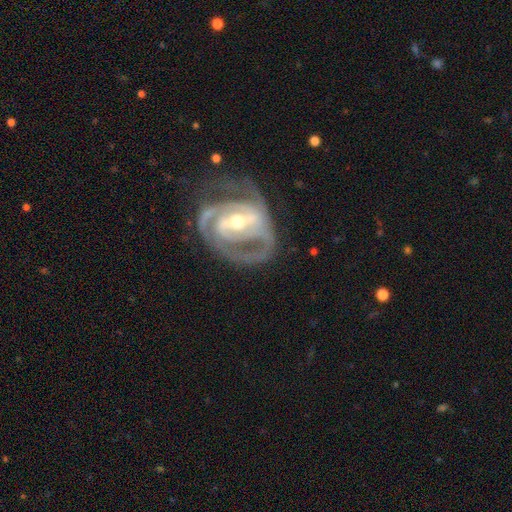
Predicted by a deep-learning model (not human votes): Smooth or featured? Predicted: featured or disk (p=0.89). Edge-on disk? Predicted: no (p=0.96). Bar? Predicted: strong (p=0.51). Spiral arms? Predicted: yes (p=0.94). Spiral winding? Predicted: tight (p=0.51). Spiral arm count? Predicted: 2 (p=0.50). Bulge size? Predicted: moderate (p=0.50). Merging? Predicted: none (p=0.55).